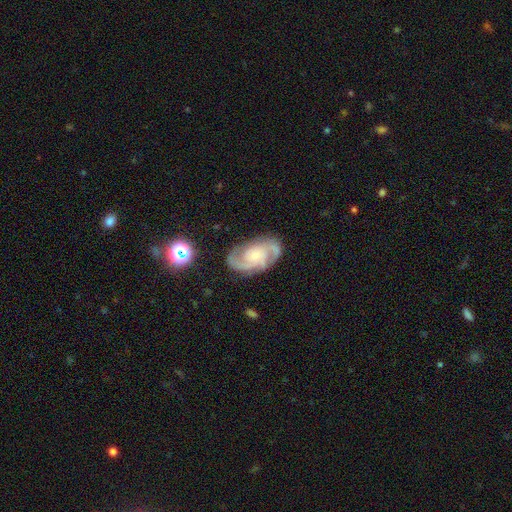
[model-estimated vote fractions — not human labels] featured or disk 88%, smooth 7%, star or artifact 5%. Down the decision tree: edge-on disk — no (97%); bar — no (66%); spiral arms — yes (98%); spiral arm count — 2 (72%); spiral winding — medium (49%); bulge size — small (66%); merging — none (78%).